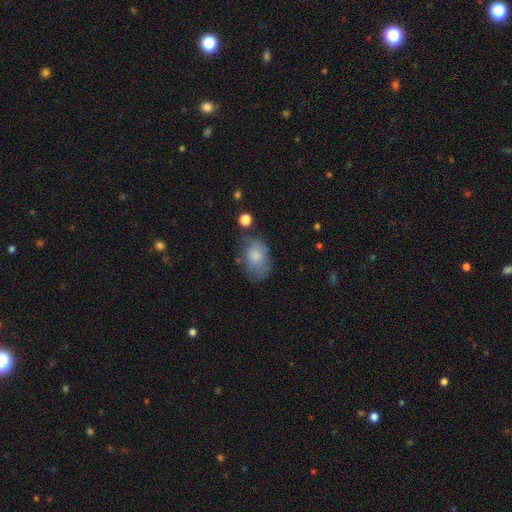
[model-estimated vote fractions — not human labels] This appears to be a smooth galaxy with no disk features (76%) that is in between round and cigar-shaped (83%). Merging: none (53%).